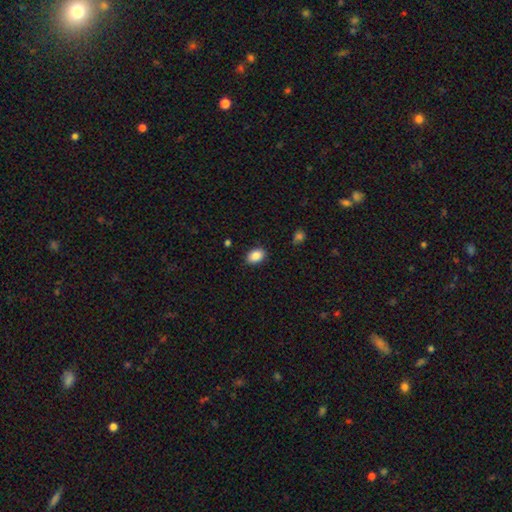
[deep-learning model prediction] A smooth galaxy with no disk features (87%) that is in between round and cigar-shaped (83%).

Vote fractions:
- Smooth or featured? smooth: 87% / star or artifact: 8% / featured or disk: 5%
- How rounded? in between: 83% / round: 16% / cigar-shaped: 1%
- Merging? none: 87% / minor disturbance: 9% / major disturbance: 2% / merger: 1%